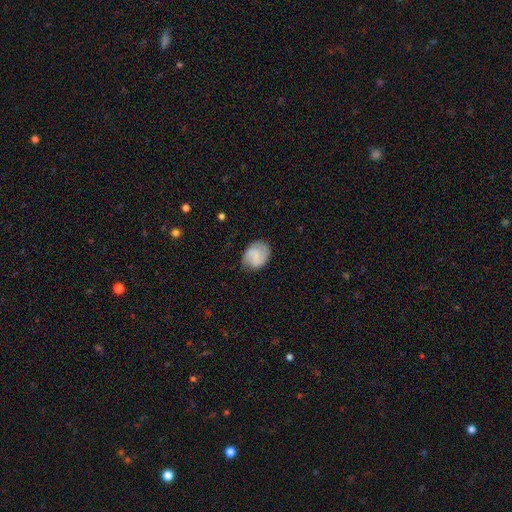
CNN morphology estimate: This appears to be a featured or disk galaxy (50%). Merging: none (73%).